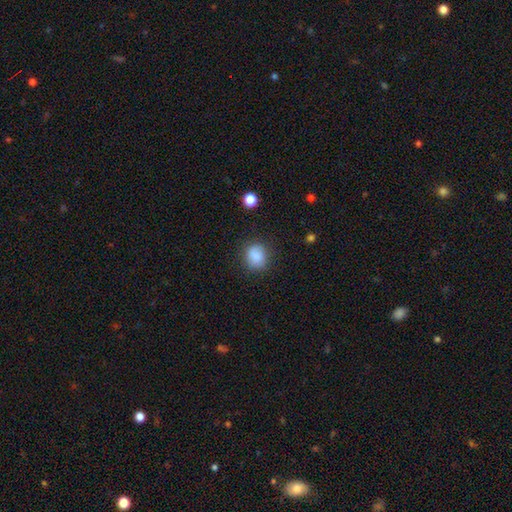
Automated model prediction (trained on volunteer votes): A smooth galaxy with no disk features (86%) that is round (69%). Merging: none (79%).